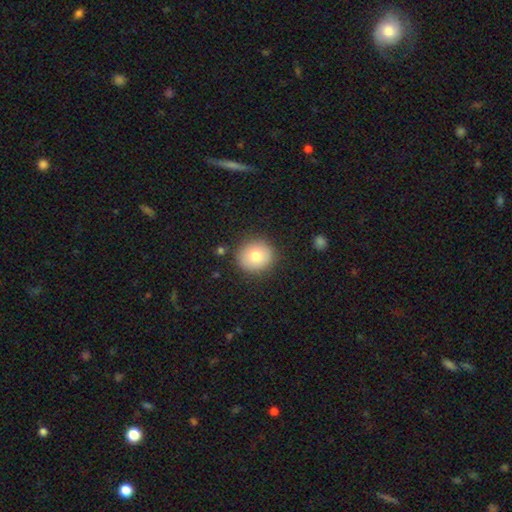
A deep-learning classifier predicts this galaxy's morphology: This is likely a smooth galaxy (78%). How rounded: clearly round (88%). Merging: clearly none (87%).